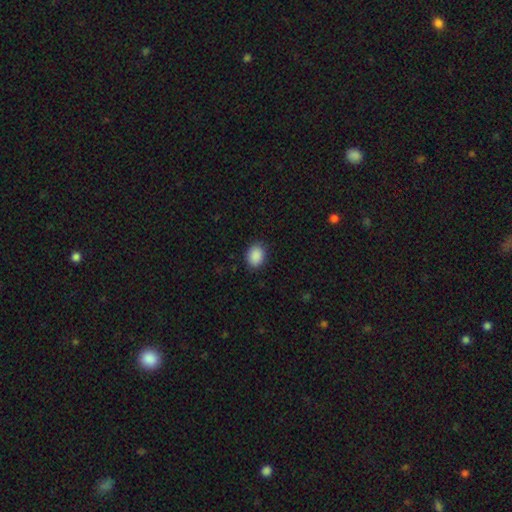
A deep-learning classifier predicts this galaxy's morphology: A smooth galaxy with no disk features (90%) that is in between round and cigar-shaped (59%).

Vote fractions:
- Smooth or featured? smooth: 90% / star or artifact: 8% / featured or disk: 2%
- How rounded? in between: 59% / round: 40% / cigar-shaped: 1%
- Merging? none: 88% / minor disturbance: 9% / major disturbance: 2% / merger: 1%